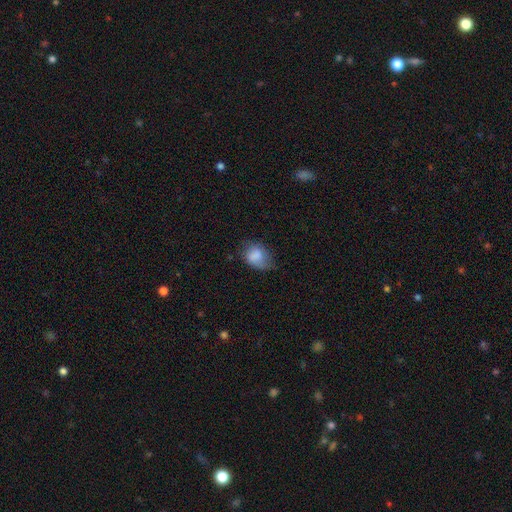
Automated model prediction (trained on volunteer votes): smooth-or-featured: smooth: 78% | featured or disk: 14% | star or artifact: 8%
  how-rounded: in between: 64% | round: 35% | cigar-shaped: 1%
  merging: none: 45% | minor disturbance: 37% | major disturbance: 16% | merger: 2%